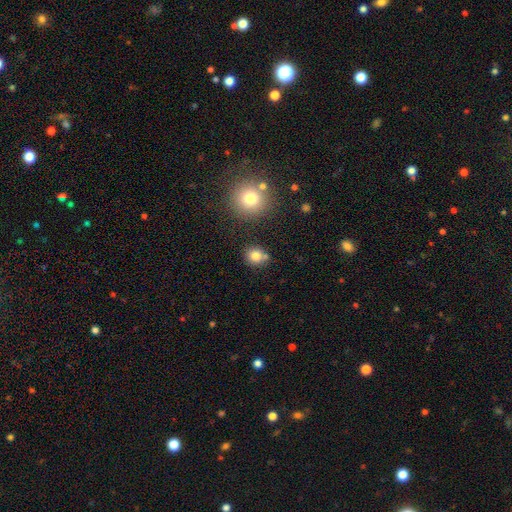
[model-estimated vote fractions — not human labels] This is clearly a smooth galaxy (80%). How rounded: clearly round (82%). Merging: likely none (73%).